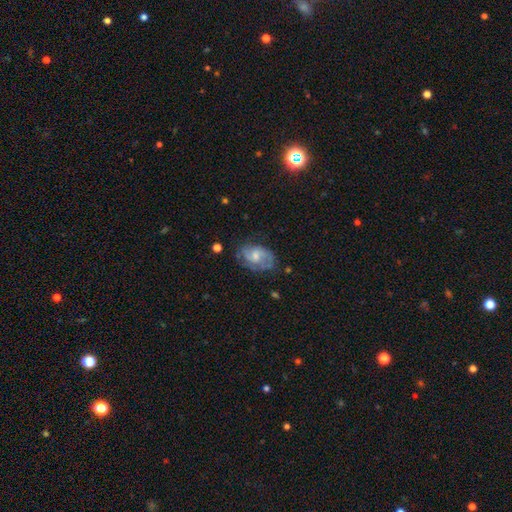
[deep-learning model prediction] Smooth or featured? featured or disk (67%)
Edge-on disk? no (97%)
Bar? no (55%)
Spiral arms? yes (86%)
Spiral winding? medium (46%)
Spiral arm count? 2 (57%)
Bulge size? moderate (47%)
Merging? none (61%)